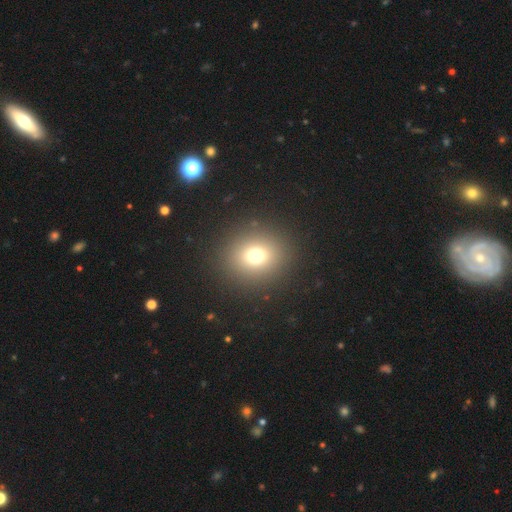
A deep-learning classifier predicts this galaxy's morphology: Smooth or featured? smooth (72%)
How rounded? round (83%)
Merging? none (89%)